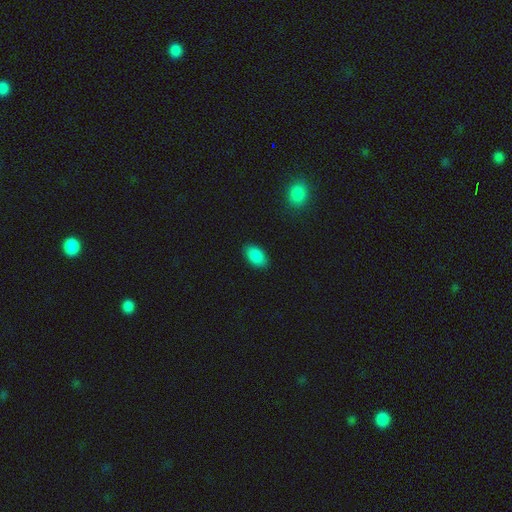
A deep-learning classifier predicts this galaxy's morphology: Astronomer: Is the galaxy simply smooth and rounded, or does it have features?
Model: smooth — 88%.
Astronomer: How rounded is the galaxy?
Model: in between — 93%.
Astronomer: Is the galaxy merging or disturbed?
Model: none — 87%.